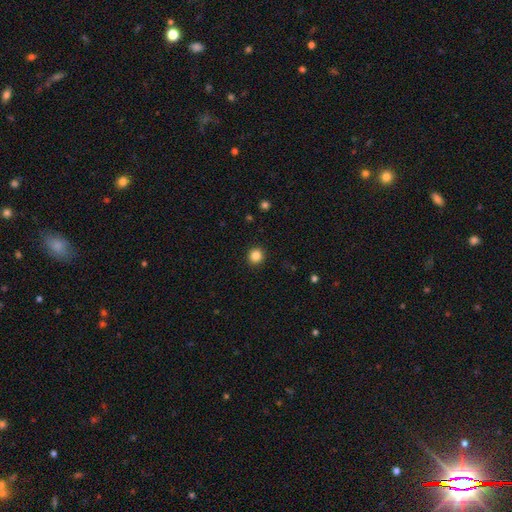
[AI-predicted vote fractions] Morphology: type=smooth (85%); roundness=round (93%); merging=none (93%).